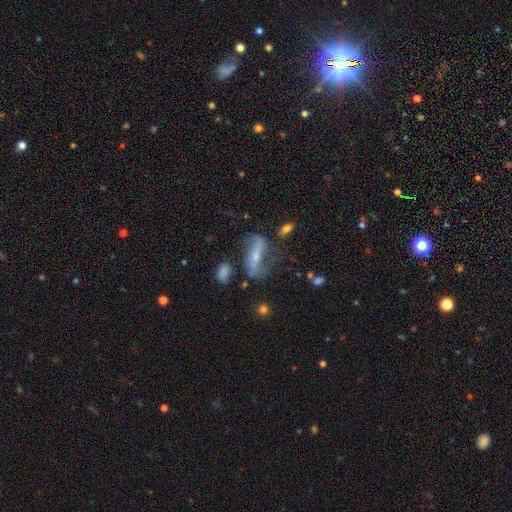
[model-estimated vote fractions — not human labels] smooth-or-featured: featured or disk: 65% | smooth: 23% | star or artifact: 12%
  disk-edge-on: no: 84% | yes: 16%
    bar: strong: 43% | weak: 29% | no: 28%
    has-spiral-arms: yes: 80% | no: 20%
    bulge-size: small: 59% | moderate: 30% | none: 7% | large: 3% | dominant: 1%
  merging: none: 54% | minor disturbance: 21% | major disturbance: 19% | merger: 6%